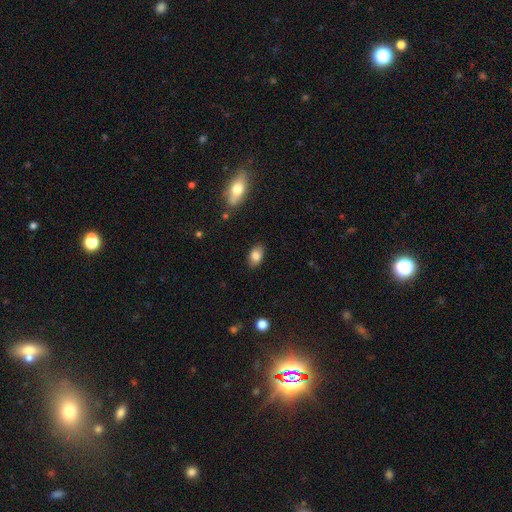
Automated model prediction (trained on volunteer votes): A smooth galaxy with no disk features (82%) that is in between round and cigar-shaped (89%). Merging: none (85%).